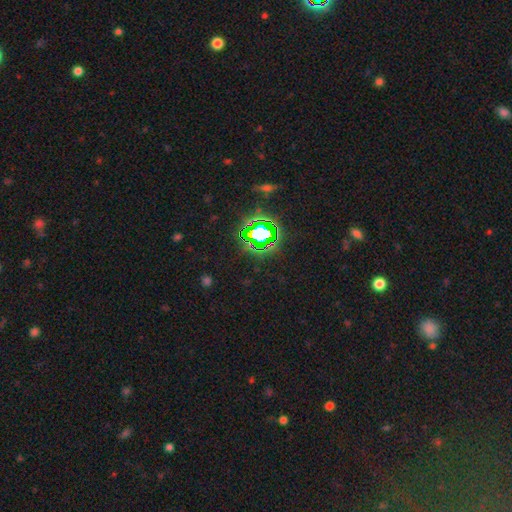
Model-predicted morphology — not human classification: Overall: star or artifact (80%).